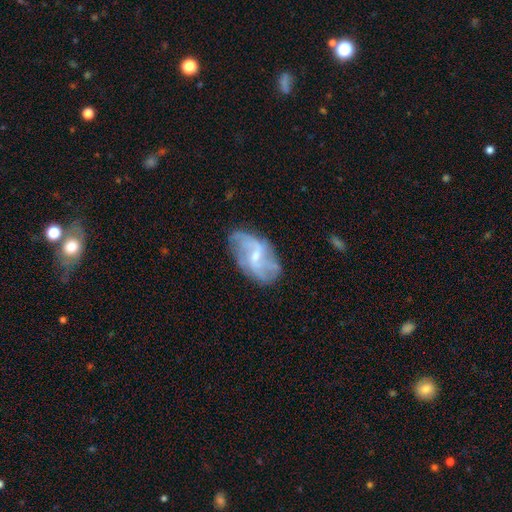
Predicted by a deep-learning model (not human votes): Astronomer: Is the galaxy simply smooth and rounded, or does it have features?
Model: featured or disk — 75%.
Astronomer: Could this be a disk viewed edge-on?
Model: no — 96%.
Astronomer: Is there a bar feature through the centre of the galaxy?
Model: weak — 59%.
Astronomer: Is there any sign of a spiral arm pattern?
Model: yes — 85%.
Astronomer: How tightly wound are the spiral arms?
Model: loose — 52% (runner-up: medium, 33%).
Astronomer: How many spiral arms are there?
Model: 2 — 46% (runner-up: can't tell, 29%).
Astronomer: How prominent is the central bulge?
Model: small — 59%.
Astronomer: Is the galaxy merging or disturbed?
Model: none — 63%.